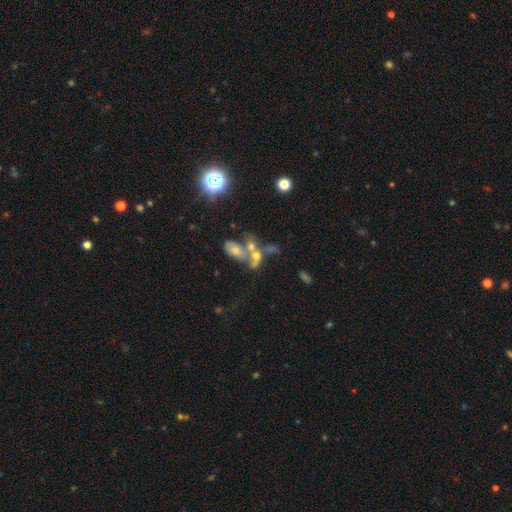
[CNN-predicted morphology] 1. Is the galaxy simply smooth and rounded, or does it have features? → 43% smooth, 37% featured or disk, 20% star or artifact.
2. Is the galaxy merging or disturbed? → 61% merger, 20% none, 10% major disturbance, 9% minor disturbance.